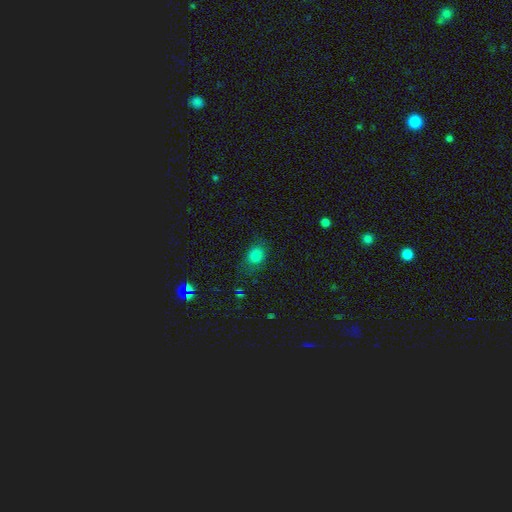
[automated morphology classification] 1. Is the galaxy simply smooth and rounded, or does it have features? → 81% smooth, 13% star or artifact, 6% featured or disk.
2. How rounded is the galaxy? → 51% round, 47% in between, 1% cigar-shaped.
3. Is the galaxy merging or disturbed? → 71% none, 20% minor disturbance, 8% major disturbance, 2% merger.